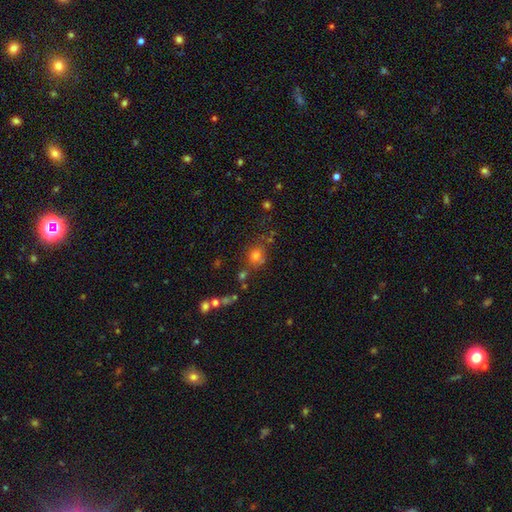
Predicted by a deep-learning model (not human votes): Smooth or featured: smooth — 71% (star or artifact — 18%)
How rounded: round — 72% (in between — 26%)
Merging: none — 64% (minor disturbance — 15%)